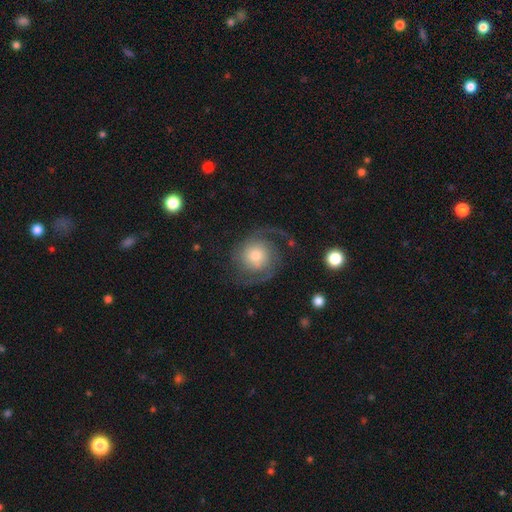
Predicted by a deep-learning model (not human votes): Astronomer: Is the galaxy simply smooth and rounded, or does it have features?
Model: featured or disk — 82%.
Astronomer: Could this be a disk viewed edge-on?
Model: no — 98%.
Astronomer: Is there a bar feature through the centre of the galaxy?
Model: no — 74%.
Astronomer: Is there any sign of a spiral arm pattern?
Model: yes — 97%.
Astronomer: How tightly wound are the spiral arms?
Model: medium — 47% (runner-up: tight, 27%).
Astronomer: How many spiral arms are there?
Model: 2 — 86%.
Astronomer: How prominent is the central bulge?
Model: moderate — 48% (runner-up: small, 26%).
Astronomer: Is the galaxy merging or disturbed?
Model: none — 72%.